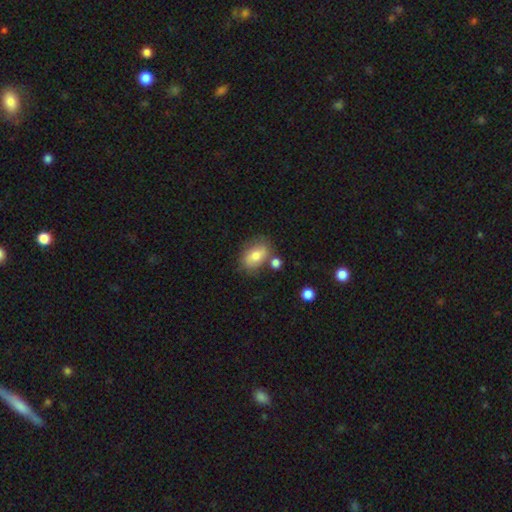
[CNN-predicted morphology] type=smooth (73%); roundness=in between (84%); merging=none (65%).